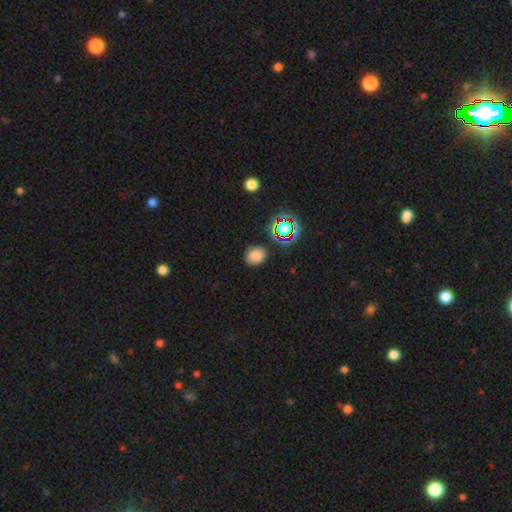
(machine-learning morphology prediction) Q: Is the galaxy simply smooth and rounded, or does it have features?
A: smooth — 77%.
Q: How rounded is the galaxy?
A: round — 55%.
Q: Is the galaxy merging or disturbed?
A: none — 83%.